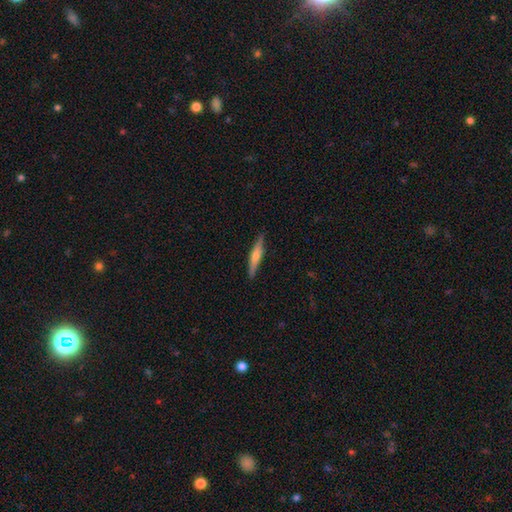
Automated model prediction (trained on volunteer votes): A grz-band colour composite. It shows a featured or disk galaxy (48%). Merging: none (88%).